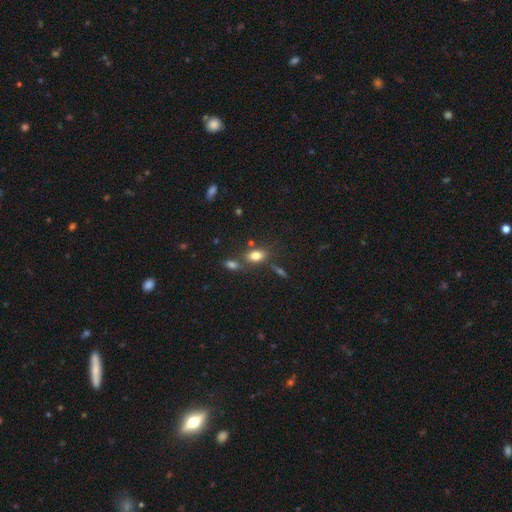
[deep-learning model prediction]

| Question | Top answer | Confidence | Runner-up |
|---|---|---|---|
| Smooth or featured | smooth | 77% | star or artifact (12%) |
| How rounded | in between | 82% | round (15%) |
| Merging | none | 62% | merger (19%) |